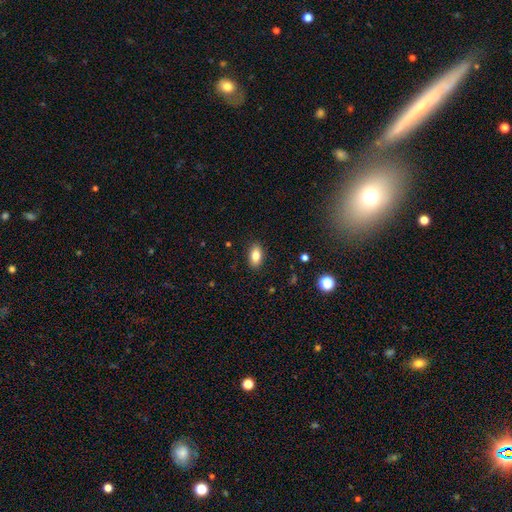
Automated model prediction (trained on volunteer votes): This is clearly a smooth galaxy (83%). How rounded: clearly in between (90%). Merging: clearly none (88%).